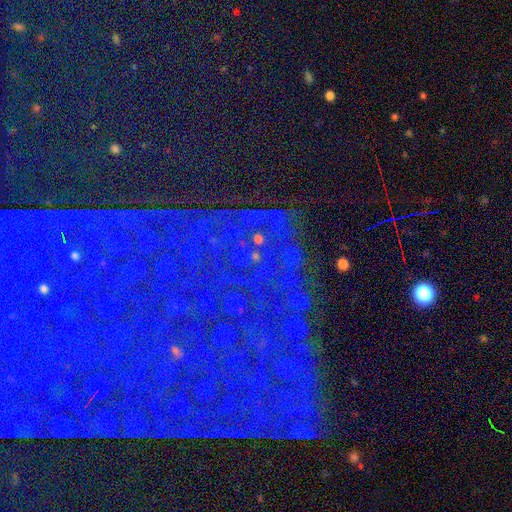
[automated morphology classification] Smooth or featured? star or artifact (85%)